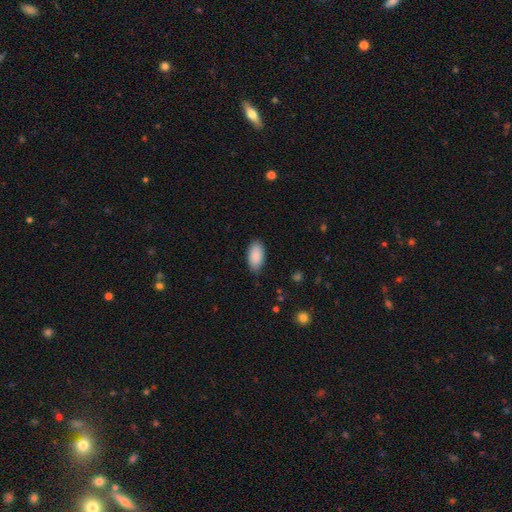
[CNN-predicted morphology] smooth-or-featured: smooth: 90% | star or artifact: 6% | featured or disk: 4%
  how-rounded: in between: 94% | cigar-shaped: 4% | round: 2%
  merging: none: 84% | minor disturbance: 13% | major disturbance: 2% | merger: 1%